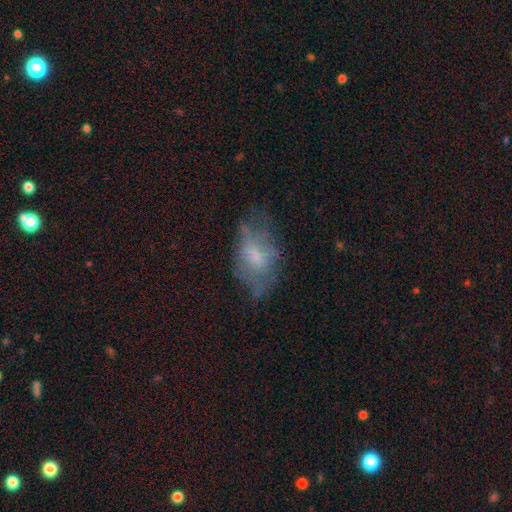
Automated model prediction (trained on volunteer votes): Smooth or featured?
  - smooth: 51% *
  - featured or disk: 39%
  - star or artifact: 10%
How rounded?
  - in between: 88% *
  - round: 9%
  - cigar-shaped: 3%
Merging?
  - none: 42% *
  - minor disturbance: 29%
  - major disturbance: 26%
  - merger: 3%